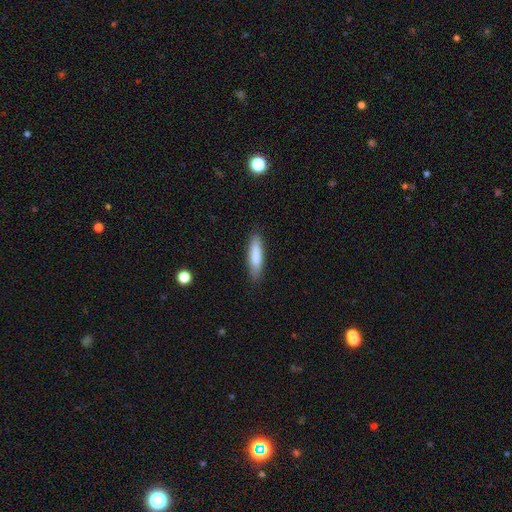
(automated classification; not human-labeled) Morphology: type=smooth (83%); roundness=cigar-shaped (73%); merging=none (86%).